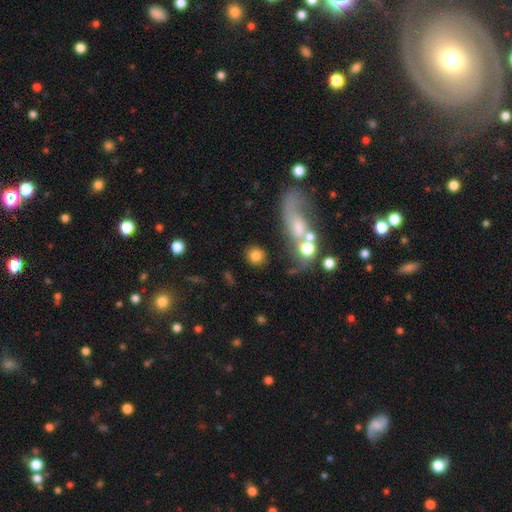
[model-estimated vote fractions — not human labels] Q: Smooth or featured?
A: smooth (79%); runner-up: star or artifact (11%)
Q: How rounded?
A: round (83%); runner-up: in between (15%)
Q: Merging?
A: none (75%); runner-up: minor disturbance (10%)